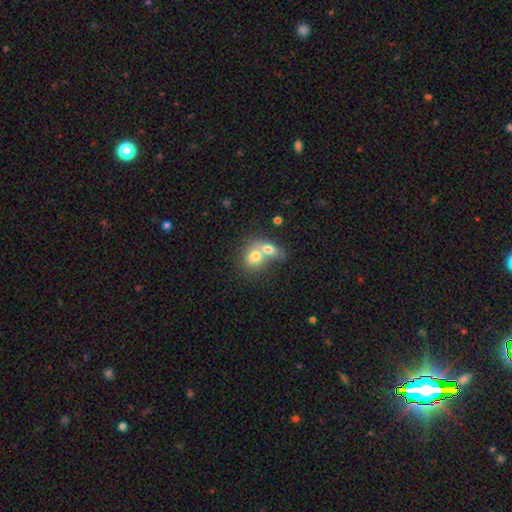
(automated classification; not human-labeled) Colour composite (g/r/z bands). It shows a smooth galaxy with no disk features (72%) that is in between round and cigar-shaped (53%). Merging: merger (72%).